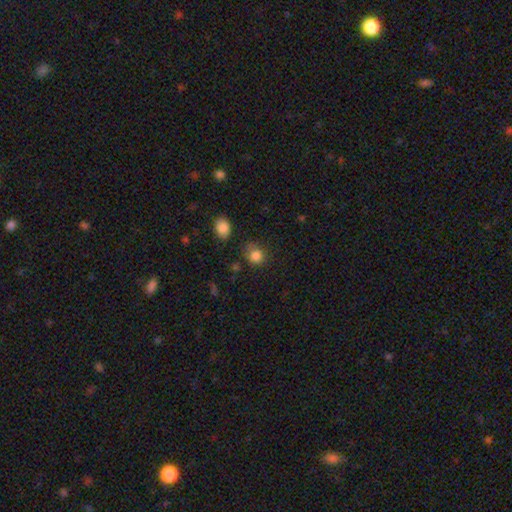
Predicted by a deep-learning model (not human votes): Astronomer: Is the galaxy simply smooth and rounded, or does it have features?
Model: smooth — 83%.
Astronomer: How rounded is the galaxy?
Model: round — 73%.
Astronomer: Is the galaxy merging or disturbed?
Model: none — 61%.